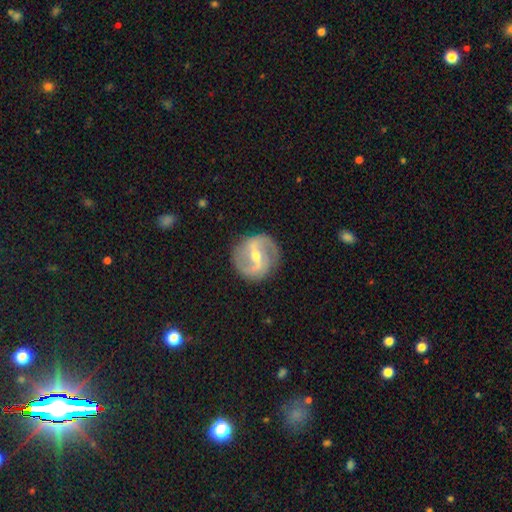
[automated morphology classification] This appears to be a featured or disk galaxy (85%) with a strong bar (45%), 2 (89%) medium (50%) spiral arms (93%) and a moderate central bulge (57%). Merging: none (84%).